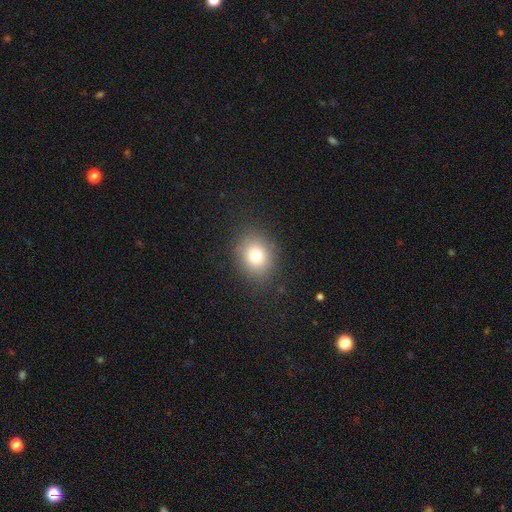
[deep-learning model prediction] Q: Smooth or featured?
A: smooth (77%); runner-up: star or artifact (13%)
Q: How rounded?
A: round (61%); runner-up: in between (38%)
Q: Merging?
A: none (85%); runner-up: minor disturbance (10%)